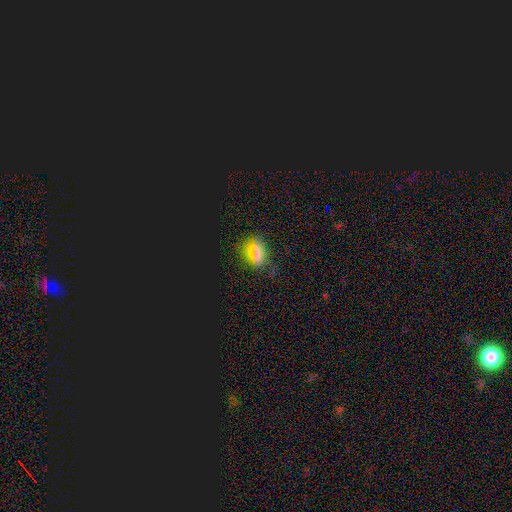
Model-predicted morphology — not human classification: smooth-or-featured: smooth: 48% | star or artifact: 39% | featured or disk: 12%
  merging: none: 84% | minor disturbance: 10% | major disturbance: 4% | merger: 2%